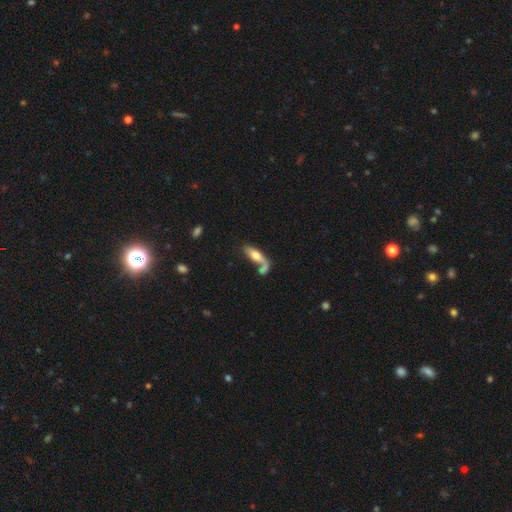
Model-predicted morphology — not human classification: A smooth galaxy with no disk features (62%) that is in between round and cigar-shaped (59%). Merging: merger (43%).